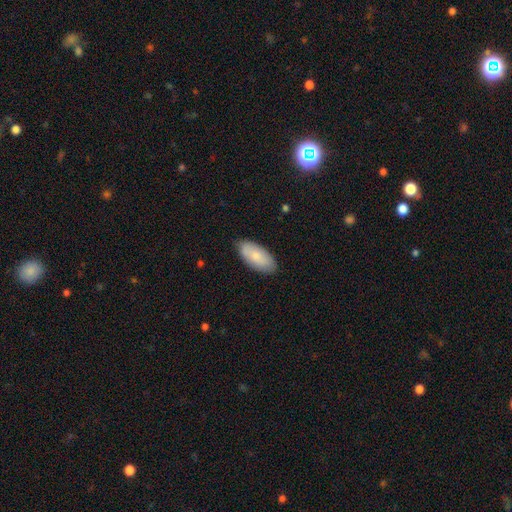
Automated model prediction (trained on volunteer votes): Smooth or featured?
  - smooth: 77% *
  - featured or disk: 18%
  - star or artifact: 6%
How rounded?
  - in between: 93% *
  - cigar-shaped: 5%
  - round: 2%
Merging?
  - none: 83% *
  - minor disturbance: 14%
  - major disturbance: 2%
  - merger: 1%